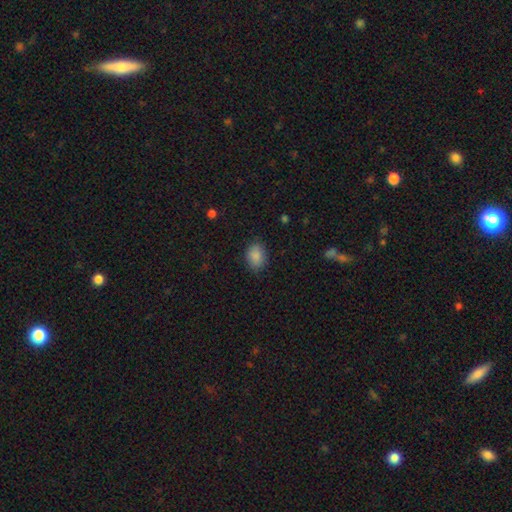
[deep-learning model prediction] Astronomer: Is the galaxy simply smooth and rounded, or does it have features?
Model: smooth — 87%.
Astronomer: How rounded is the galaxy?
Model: in between — 69%.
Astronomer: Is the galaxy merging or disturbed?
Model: none — 82%.